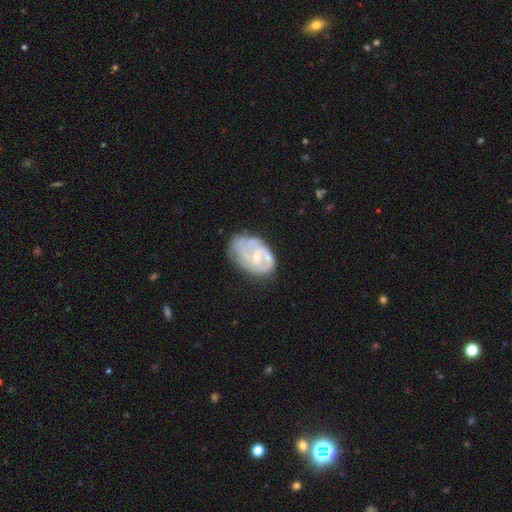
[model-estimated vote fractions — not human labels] This appears to be a featured or disk galaxy (71%) with no bar (56%), 2 (43%) tight (45%) spiral arms (75%) and a small central bulge (61%). Merging: none (48%).